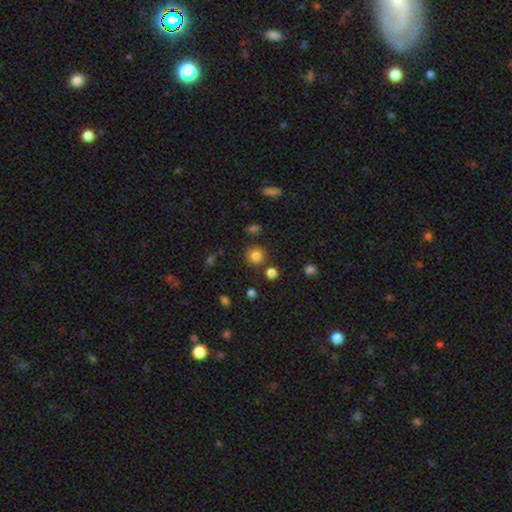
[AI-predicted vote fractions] Smooth or featured? smooth (81%)
How rounded? round (93%)
Merging? none (83%)